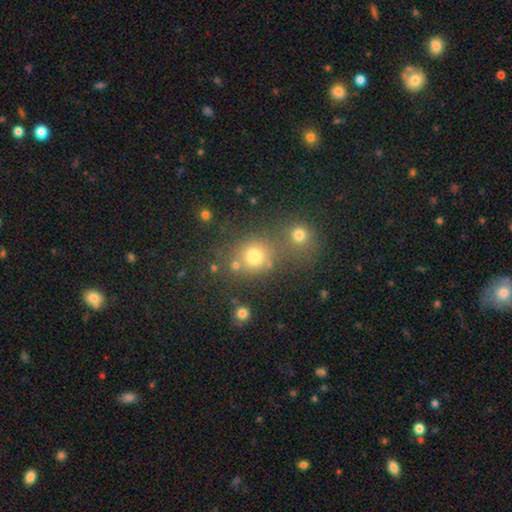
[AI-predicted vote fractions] Overall: smooth (73%). How rounded: round (81%). Merging: none (55%; merger 32%).